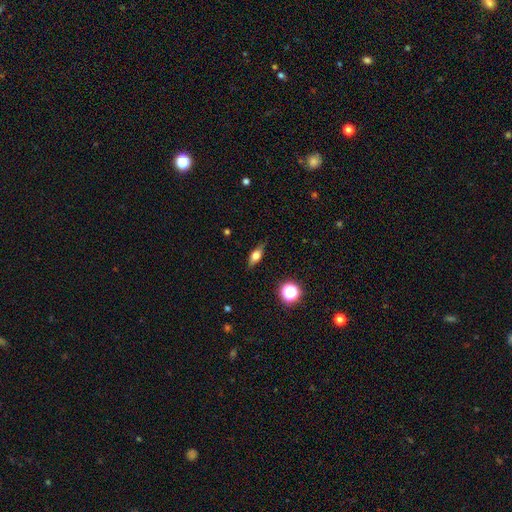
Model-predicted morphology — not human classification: type=smooth (60%); roundness=in between (67%); merging=none (85%).